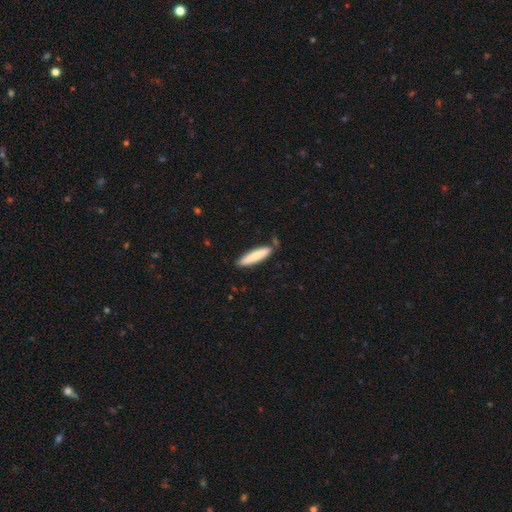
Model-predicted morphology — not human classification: A smooth galaxy with no disk features (81%) that is cigar-shaped (84%).

Vote fractions:
- Smooth or featured? smooth: 81% / featured or disk: 14% / star or artifact: 5%
- How rounded? cigar-shaped: 84% / in between: 15% / round: 1%
- Merging? none: 80% / minor disturbance: 14% / merger: 4% / major disturbance: 2%